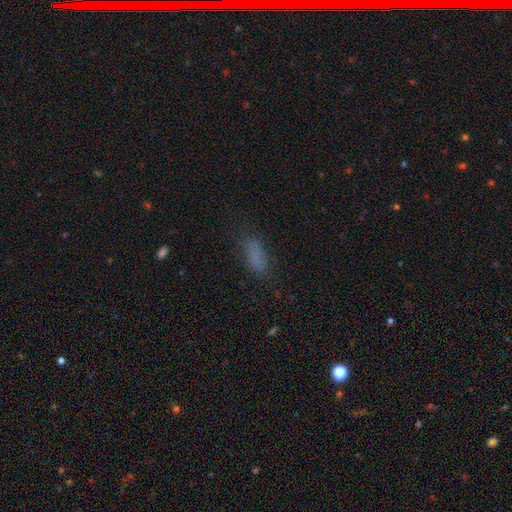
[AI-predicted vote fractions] A smooth galaxy with no disk features (76%) that is in between round and cigar-shaped (72%).

Vote fractions:
- Smooth or featured? smooth: 76% / star or artifact: 14% / featured or disk: 10%
- How rounded? in between: 72% / cigar-shaped: 25% / round: 3%
- Merging? none: 66% / minor disturbance: 20% / major disturbance: 12% / merger: 2%